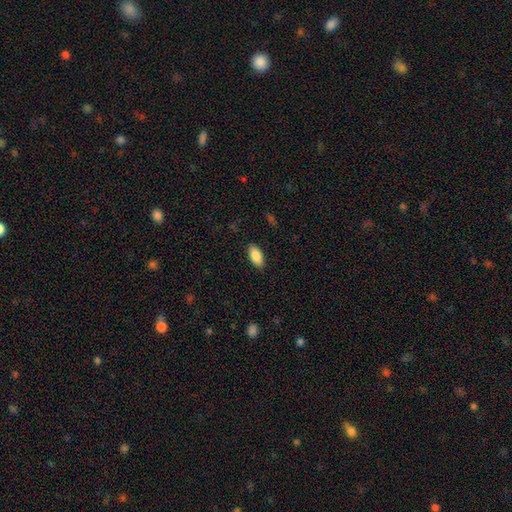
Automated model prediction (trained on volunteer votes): This appears to be a smooth galaxy with no disk features (88%) that is in between round and cigar-shaped (90%). Merging: none (88%).